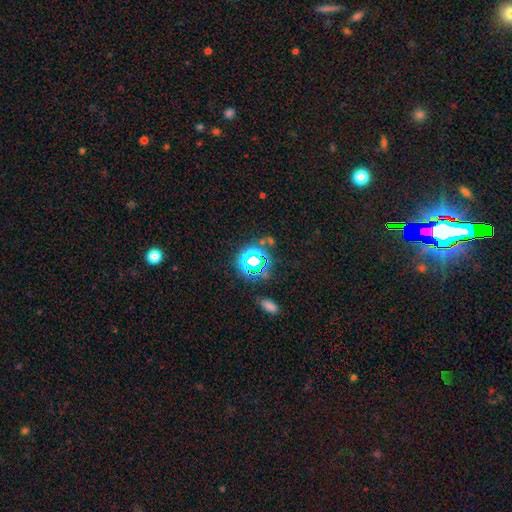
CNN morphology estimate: The model was most divided on "smooth or featured": star or artifact: 64%, smooth: 26%, featured or disk: 10%.